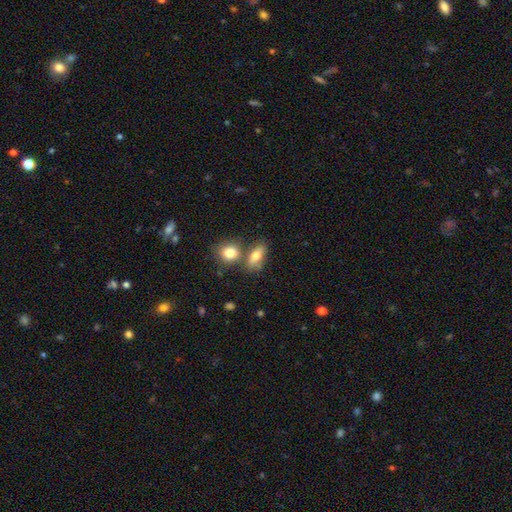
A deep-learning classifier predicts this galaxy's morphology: Smooth or featured: smooth — 74% (featured or disk — 17%)
How rounded: in between — 75% (cigar-shaped — 13%)
Merging: none — 56% (merger — 26%)